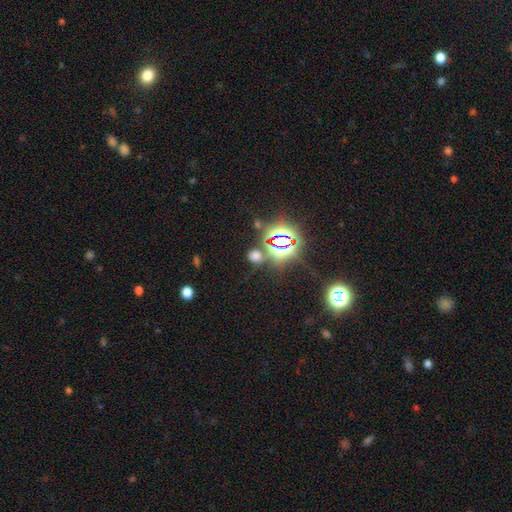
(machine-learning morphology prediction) smooth_or_featured: star or artifact (p=0.48) [alt: smooth p=0.46]